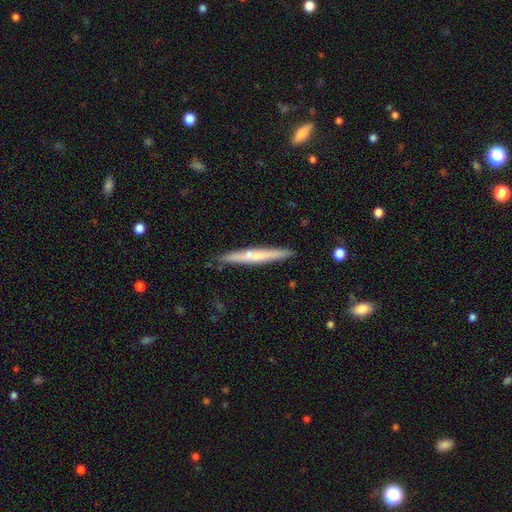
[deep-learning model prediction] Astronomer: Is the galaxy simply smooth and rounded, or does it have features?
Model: smooth — 49% (runner-up: featured or disk, 45%).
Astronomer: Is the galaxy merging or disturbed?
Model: none — 86%.